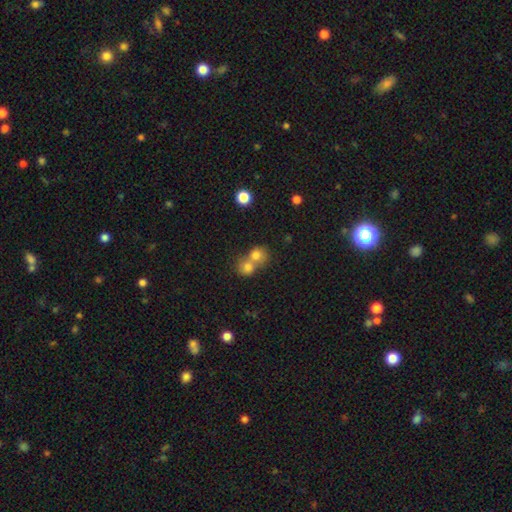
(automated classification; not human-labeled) Overall: smooth (76%). How rounded: round (79%). Merging: merger (62%; none 31%).